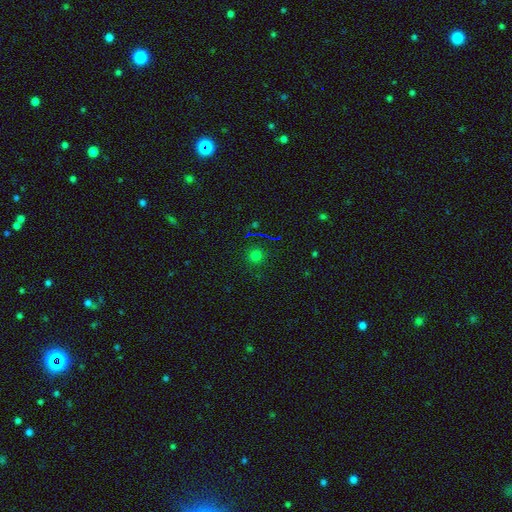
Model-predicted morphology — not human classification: smooth_or_featured: smooth (p=0.68) [alt: star or artifact p=0.25]
how_rounded: round (p=0.94) [alt: in between p=0.05]
merging: none (p=0.88) [alt: minor disturbance p=0.07]